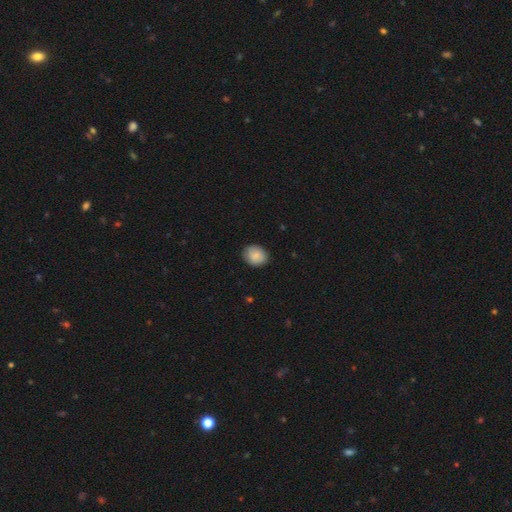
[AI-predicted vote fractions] Smooth or featured?
  - smooth: 87% *
  - star or artifact: 7%
  - featured or disk: 6%
How rounded?
  - round: 58% *
  - in between: 41%
  - cigar-shaped: 1%
Merging?
  - none: 85% *
  - minor disturbance: 12%
  - major disturbance: 2%
  - merger: 1%